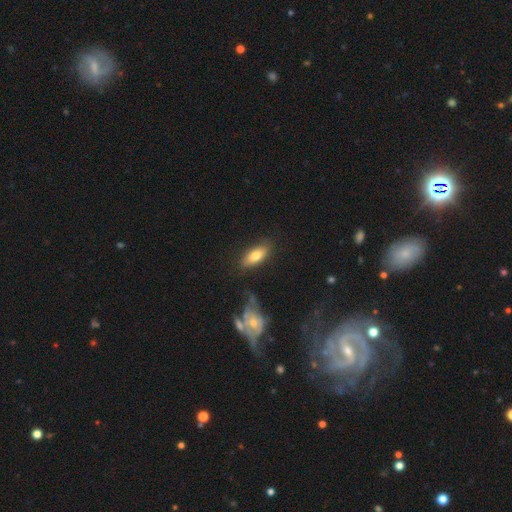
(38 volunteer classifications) Smooth or featured? 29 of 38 (76%) said smooth. How rounded? 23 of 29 (79%) said in between. Merging? 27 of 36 (75%) said none.